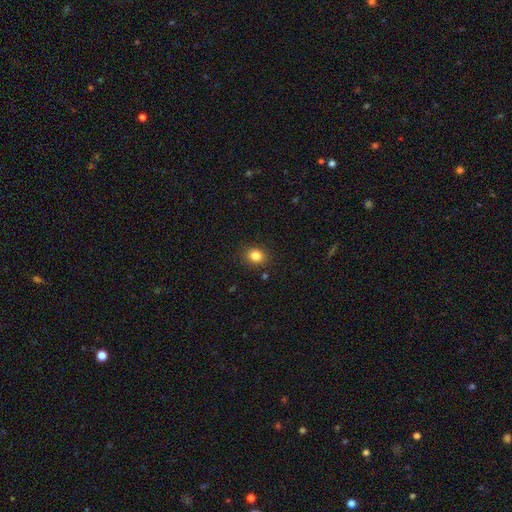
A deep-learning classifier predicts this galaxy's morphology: type=smooth (83%); roundness=round (62%); merging=none (88%).